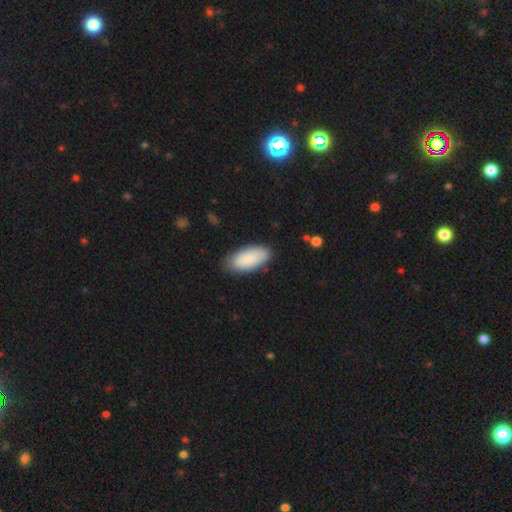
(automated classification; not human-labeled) Smooth or featured?
  - smooth: 88% *
  - featured or disk: 6%
  - star or artifact: 6%
How rounded?
  - in between: 91% *
  - cigar-shaped: 7%
  - round: 2%
Merging?
  - none: 83% *
  - minor disturbance: 13%
  - major disturbance: 3%
  - merger: 2%